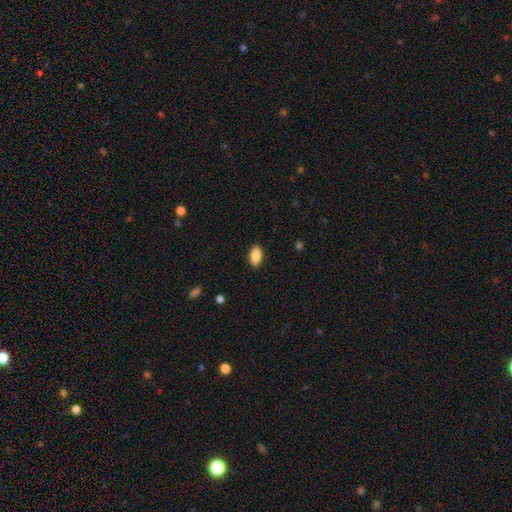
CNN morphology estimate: smooth_or_featured: smooth (p=0.87) [alt: star or artifact p=0.07]
how_rounded: in between (p=0.92) [alt: round p=0.04]
merging: none (p=0.89) [alt: minor disturbance p=0.08]